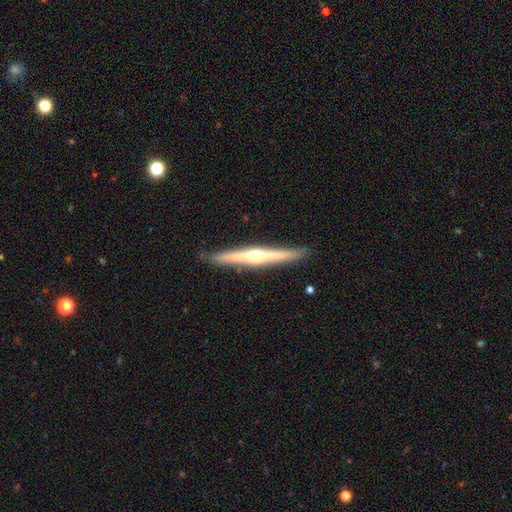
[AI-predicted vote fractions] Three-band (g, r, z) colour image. It shows a featured or disk galaxy (75%) viewed edge-on (98%) with a rounded central bulge (86%). Merging: none (90%).